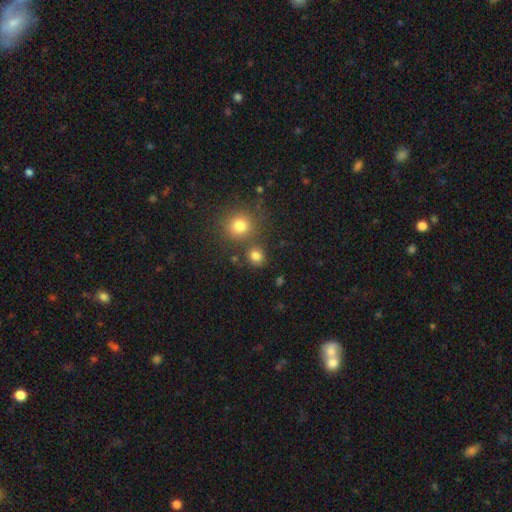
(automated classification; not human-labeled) smooth_or_featured: smooth (p=0.79) [alt: star or artifact p=0.15]
how_rounded: round (p=0.84) [alt: in between p=0.15]
merging: none (p=0.75) [alt: merger p=0.14]